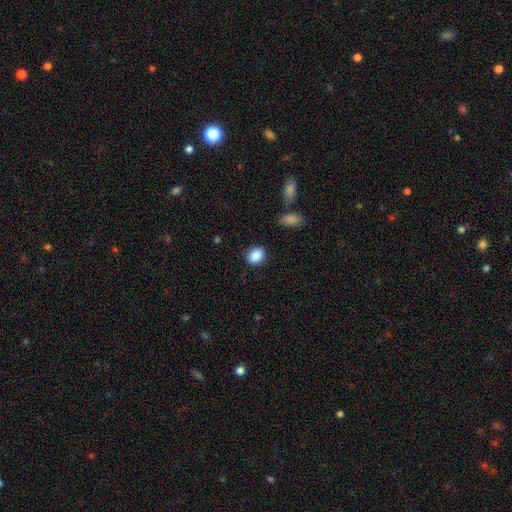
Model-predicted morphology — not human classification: smooth_or_featured: smooth (p=0.88) [alt: star or artifact p=0.08]
how_rounded: in between (p=0.63) [alt: round p=0.36]
merging: none (p=0.84) [alt: minor disturbance p=0.11]